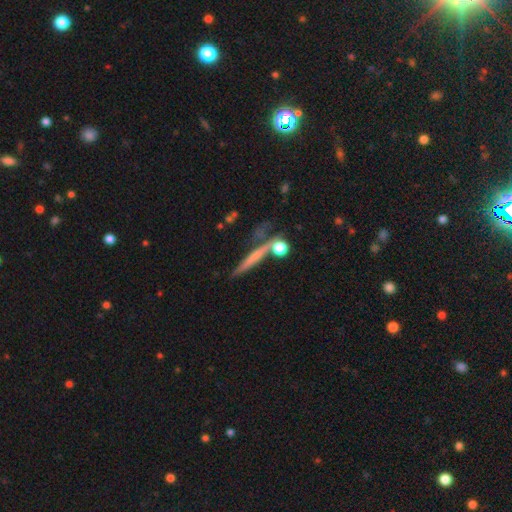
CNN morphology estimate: Smooth or featured? smooth (50%)
How rounded? cigar-shaped (85%)
Merging? none (72%)